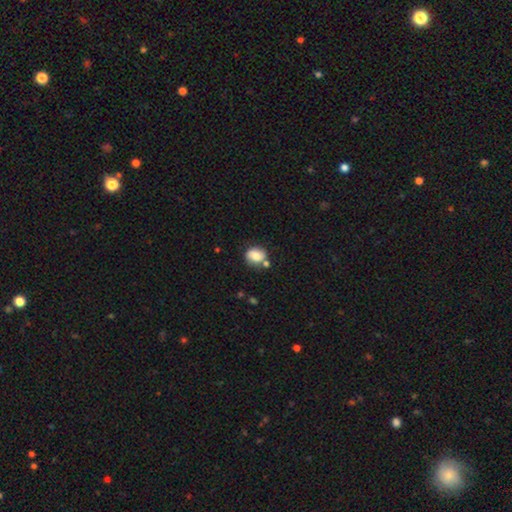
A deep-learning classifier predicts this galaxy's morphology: This appears to be a smooth galaxy with no disk features (71%) that is round (63%). Merging: none (66%).